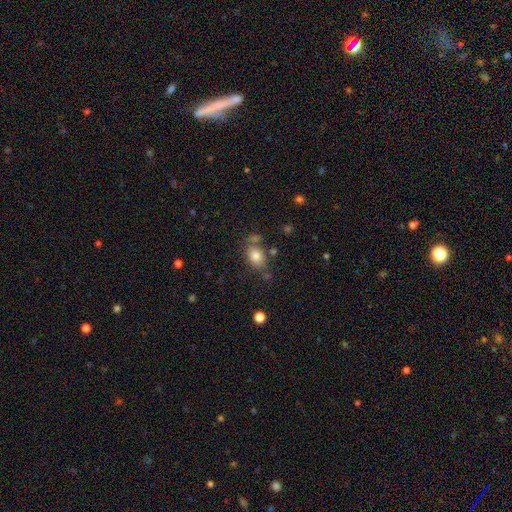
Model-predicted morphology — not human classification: Smooth or featured?
  - smooth: 81% *
  - star or artifact: 10%
  - featured or disk: 9%
How rounded?
  - in between: 77% *
  - round: 21%
  - cigar-shaped: 1%
Merging?
  - none: 66% *
  - minor disturbance: 16%
  - merger: 13%
  - major disturbance: 6%